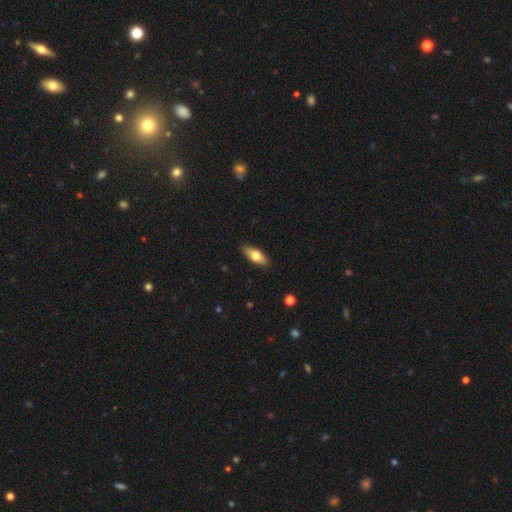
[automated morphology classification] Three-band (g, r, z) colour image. It shows a smooth galaxy with no disk features (68%) that is in between round and cigar-shaped (80%). Merging: none (87%).